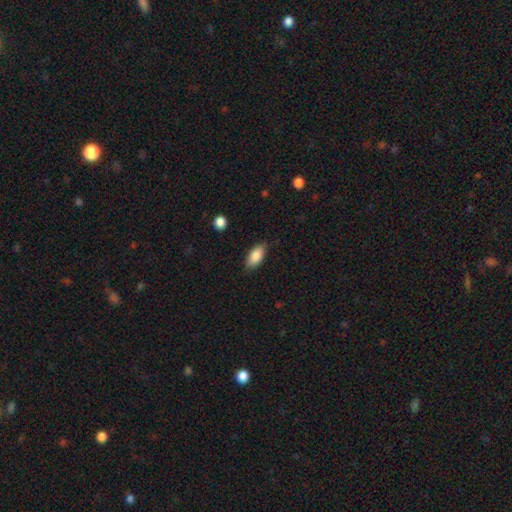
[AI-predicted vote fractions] Smooth or featured? smooth (85%)
How rounded? in between (90%)
Merging? none (82%)